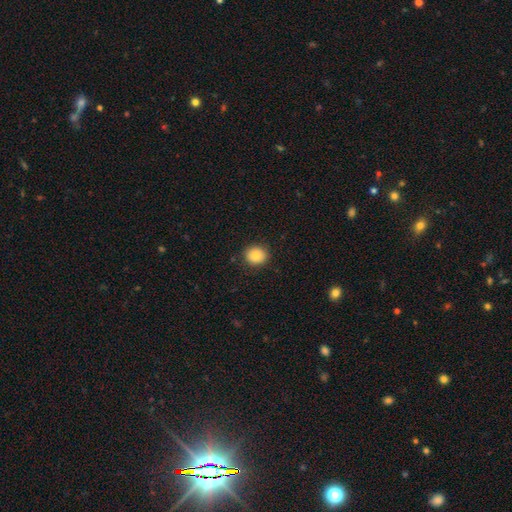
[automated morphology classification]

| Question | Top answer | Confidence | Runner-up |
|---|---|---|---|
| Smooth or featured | smooth | 85% | star or artifact (9%) |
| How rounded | round | 81% | in between (18%) |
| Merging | none | 89% | minor disturbance (7%) |